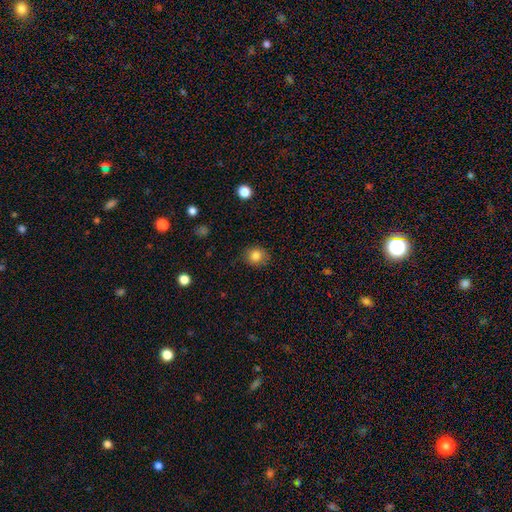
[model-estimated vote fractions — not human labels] This appears to be a smooth galaxy with no disk features (84%) that is round (74%). Merging: none (82%).